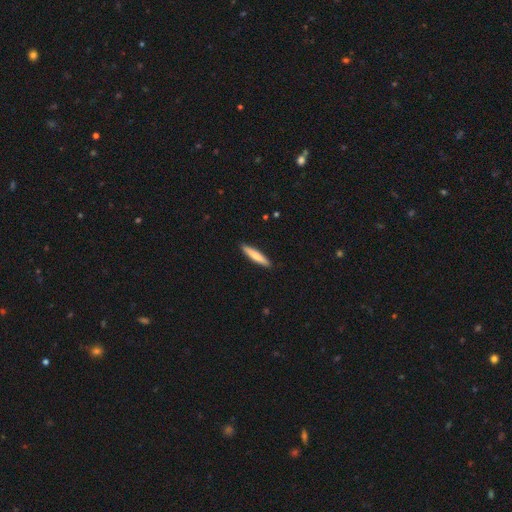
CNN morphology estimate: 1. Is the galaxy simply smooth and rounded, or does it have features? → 76% smooth, 19% featured or disk, 5% star or artifact.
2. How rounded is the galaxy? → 90% cigar-shaped, 9% in between, 1% round.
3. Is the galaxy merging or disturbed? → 91% none, 7% minor disturbance, 1% major disturbance, 1% merger.